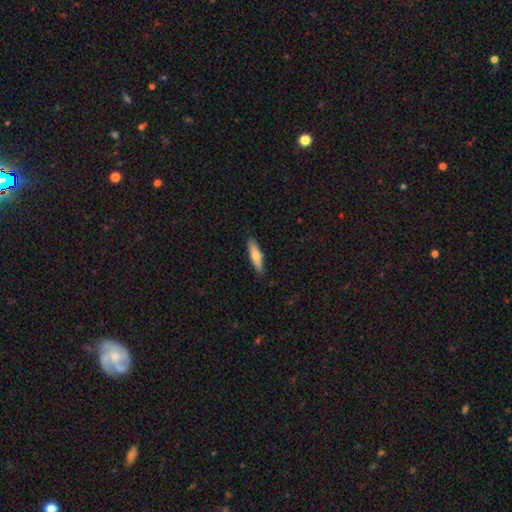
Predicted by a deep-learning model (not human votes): This is likely a smooth galaxy (70%). How rounded: likely cigar-shaped (71%). Merging: clearly none (88%).